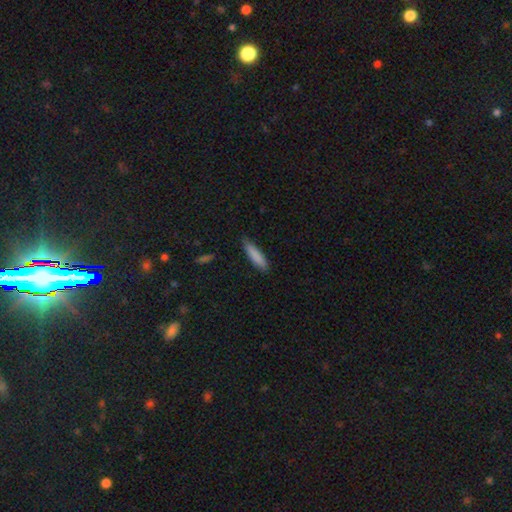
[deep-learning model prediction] A smooth galaxy with no disk features (85%) that is cigar-shaped (75%). Merging: none (82%).